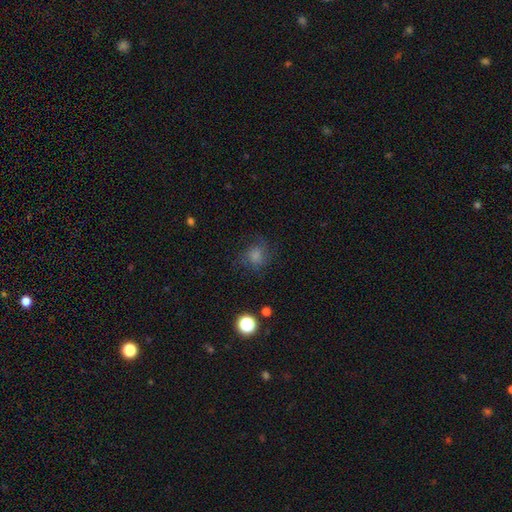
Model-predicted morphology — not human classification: Q: Smooth or featured?
A: smooth (69%); runner-up: featured or disk (17%)
Q: How rounded?
A: round (77%); runner-up: in between (22%)
Q: Merging?
A: none (66%); runner-up: minor disturbance (19%)